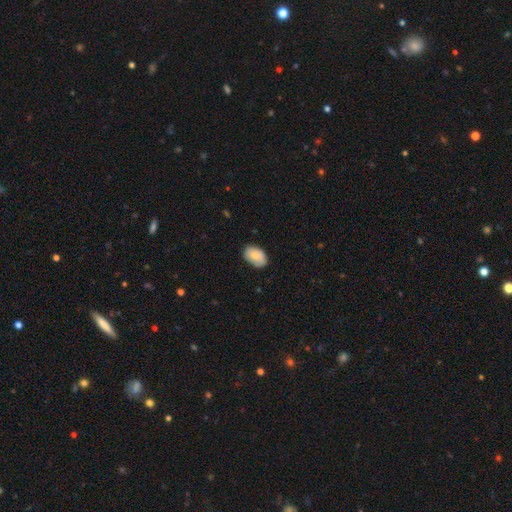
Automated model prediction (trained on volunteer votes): Morphology: type=smooth (80%); roundness=in between (89%); merging=none (77%).